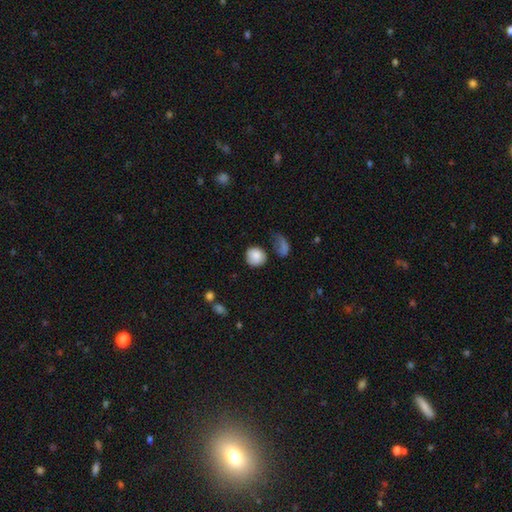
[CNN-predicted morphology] Smooth or featured: smooth — 85% (star or artifact — 8%)
How rounded: round — 84% (in between — 15%)
Merging: none — 61% (minor disturbance — 20%)